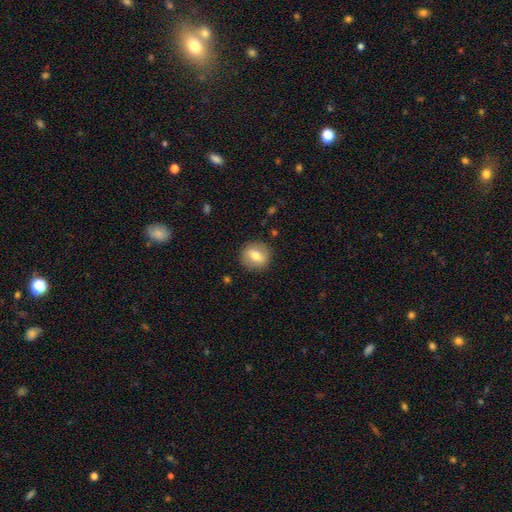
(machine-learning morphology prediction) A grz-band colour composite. It shows a smooth galaxy with no disk features (68%) that is round (85%). Merging: none (88%).